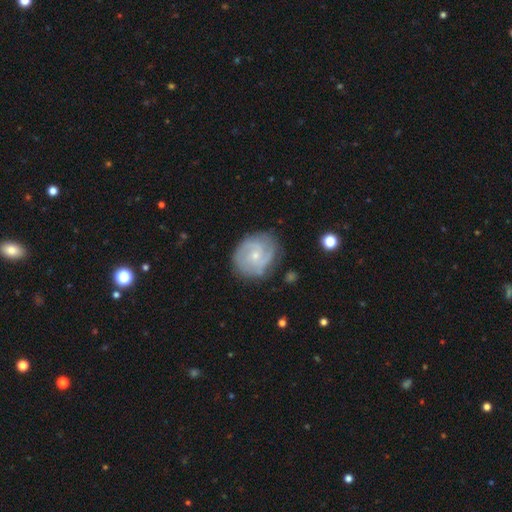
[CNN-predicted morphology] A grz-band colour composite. It shows a featured or disk galaxy (77%) with no bar (66%), 2 (42%) tight (47%) spiral arms (92%) and a small central bulge (72%). Merging: none (74%).